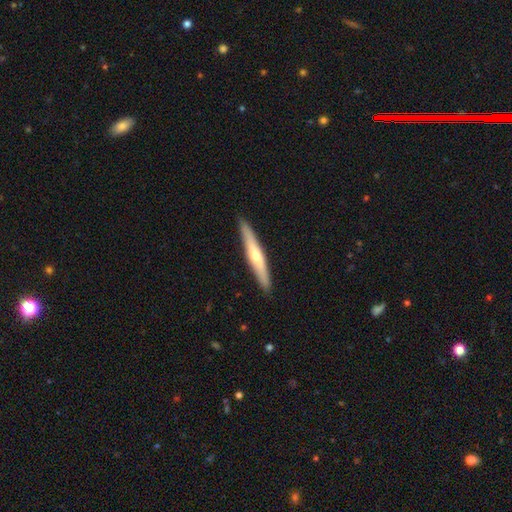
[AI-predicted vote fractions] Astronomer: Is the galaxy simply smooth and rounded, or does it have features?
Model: featured or disk — 55% (runner-up: smooth, 39%).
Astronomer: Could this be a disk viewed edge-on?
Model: yes — 94%.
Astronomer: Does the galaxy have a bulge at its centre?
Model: rounded — 79%.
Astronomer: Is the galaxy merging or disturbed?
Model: none — 91%.